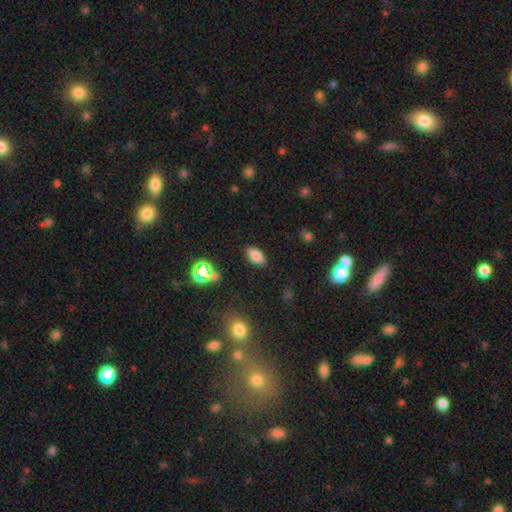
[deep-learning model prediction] Q: Smooth or featured?
A: smooth (78%); runner-up: star or artifact (14%)
Q: How rounded?
A: in between (91%); runner-up: cigar-shaped (5%)
Q: Merging?
A: none (87%); runner-up: minor disturbance (9%)